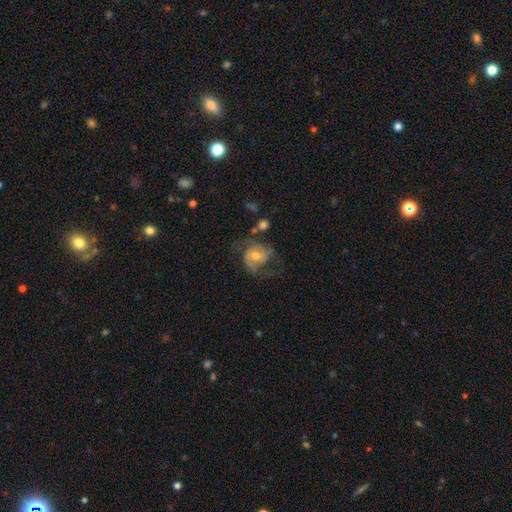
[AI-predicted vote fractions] smooth_or_featured: featured or disk (p=0.68) [alt: smooth p=0.25]
disk_edge_on: no (p=0.98) [alt: yes p=0.02]
bar: no (p=0.66) [alt: weak p=0.29]
has_spiral_arms: yes (p=0.87) [alt: no p=0.13]
spiral_winding: medium (p=0.48) [alt: loose p=0.32]
spiral_arm_count: 2 (p=0.74) [alt: can't tell p=0.11]
bulge_size: moderate (p=0.56) [alt: small p=0.33]
merging: none (p=0.45) [alt: major disturbance p=0.27]